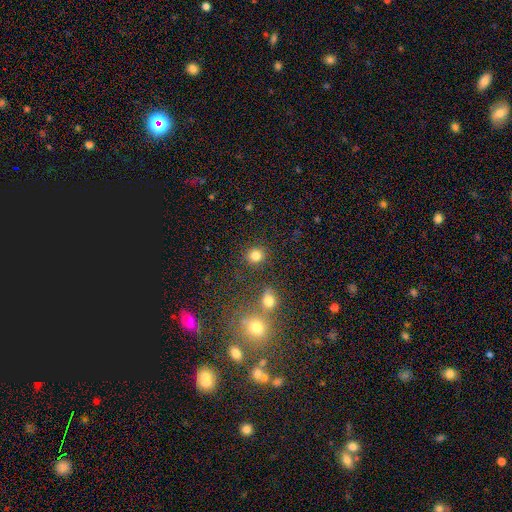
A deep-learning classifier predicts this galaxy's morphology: Smooth or featured? smooth (82%)
How rounded? round (82%)
Merging? none (83%)